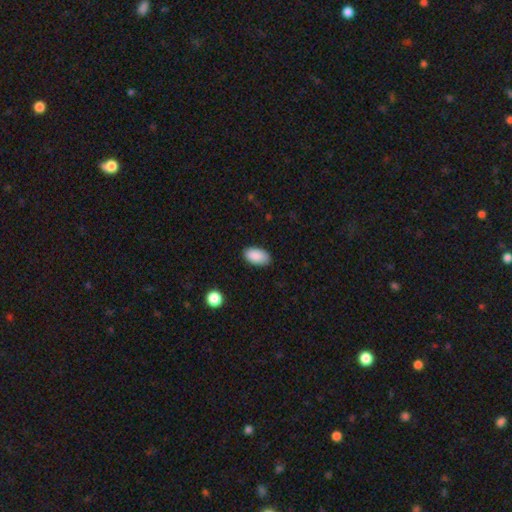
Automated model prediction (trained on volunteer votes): Overall: smooth (89%). How rounded: in between (95%). Merging: none (85%).